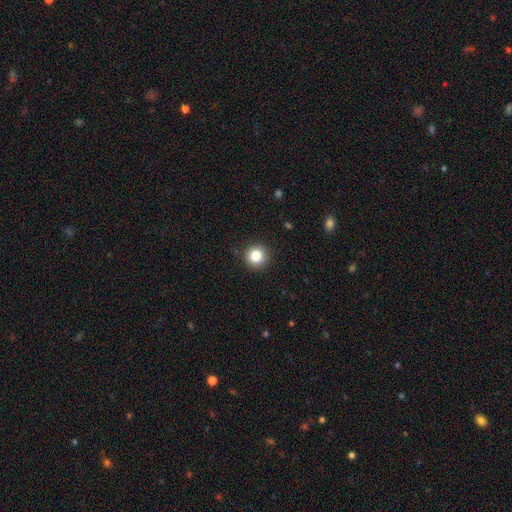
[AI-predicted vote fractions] Smooth or featured?
  - smooth: 84% *
  - star or artifact: 11%
  - featured or disk: 5%
How rounded?
  - round: 93% *
  - in between: 6%
  - cigar-shaped: 1%
Merging?
  - none: 90% *
  - minor disturbance: 7%
  - major disturbance: 2%
  - merger: 1%